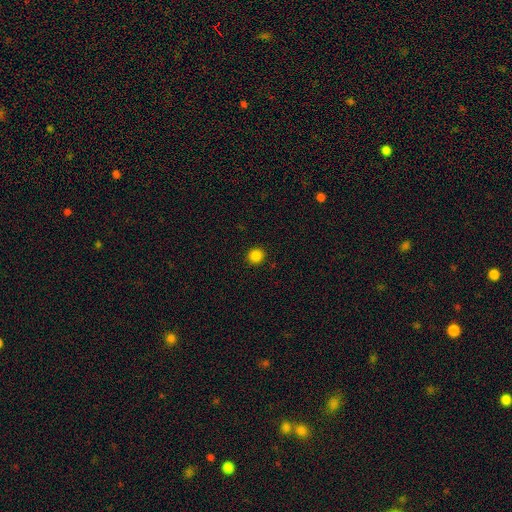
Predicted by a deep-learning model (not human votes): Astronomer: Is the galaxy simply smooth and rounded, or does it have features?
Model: smooth — 85%.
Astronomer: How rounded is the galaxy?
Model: round — 92%.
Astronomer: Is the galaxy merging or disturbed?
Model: none — 92%.